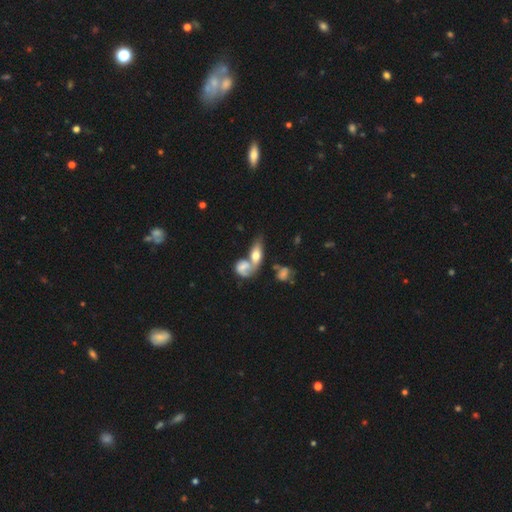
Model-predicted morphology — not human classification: Q: Smooth or featured?
A: smooth (58%); runner-up: featured or disk (34%)
Q: How rounded?
A: in between (78%); runner-up: cigar-shaped (11%)
Q: Merging?
A: merger (61%); runner-up: none (21%)